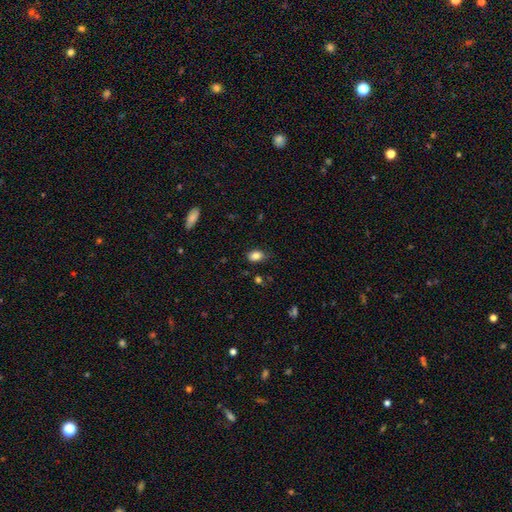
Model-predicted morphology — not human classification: A smooth galaxy with no disk features (84%) that is in between round and cigar-shaped (82%).

Vote fractions:
- Smooth or featured? smooth: 84% / star or artifact: 9% / featured or disk: 6%
- How rounded? in between: 82% / round: 17% / cigar-shaped: 2%
- Merging? none: 77% / minor disturbance: 18% / major disturbance: 3% / merger: 1%